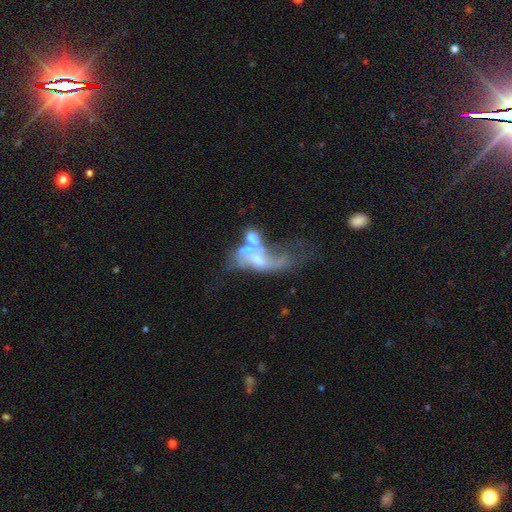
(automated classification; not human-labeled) Smooth or featured?
  - featured or disk: 62% *
  - smooth: 23%
  - star or artifact: 16%
Edge-on disk?
  - no: 95% *
  - yes: 5%
Bar?
  - no: 75% *
  - weak: 17%
  - strong: 7%
Spiral arms?
  - no: 72% *
  - yes: 28%
Bulge size?
  - none: 39% *
  - small: 27%
  - moderate: 26%
  - large: 6%
  - dominant: 2%
Merging?
  - merger: 45% *
  - major disturbance: 33%
  - none: 13%
  - minor disturbance: 8%